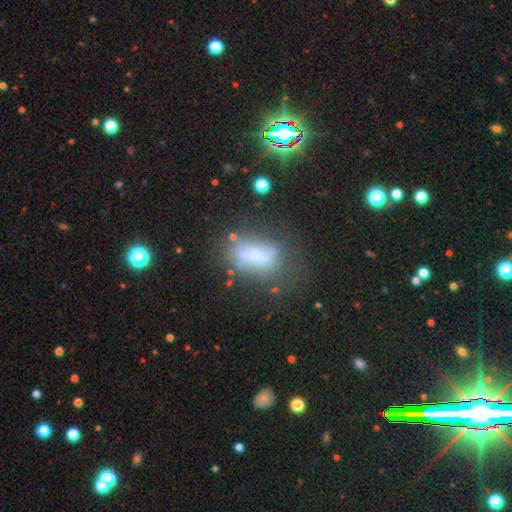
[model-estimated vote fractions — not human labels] smooth-or-featured: featured or disk: 48% | smooth: 40% | star or artifact: 12%
  merging: none: 44% | minor disturbance: 24% | major disturbance: 21% | merger: 11%